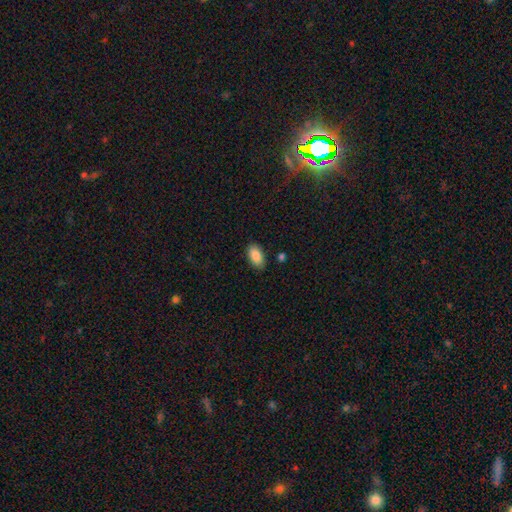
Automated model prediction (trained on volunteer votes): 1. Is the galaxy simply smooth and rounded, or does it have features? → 89% smooth, 7% star or artifact, 4% featured or disk.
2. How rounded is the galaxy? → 94% in between, 3% round, 3% cigar-shaped.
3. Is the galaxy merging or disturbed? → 85% none, 11% minor disturbance, 2% major disturbance, 2% merger.